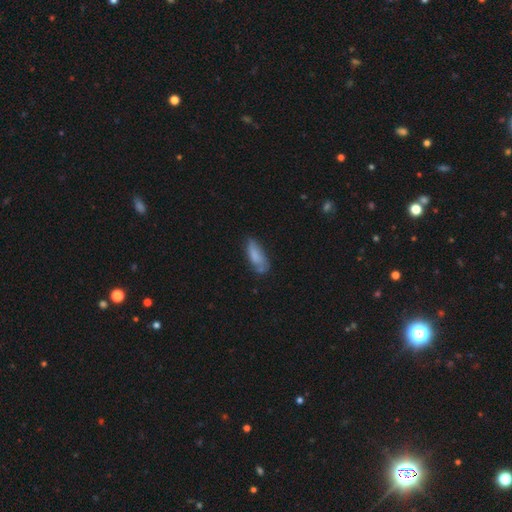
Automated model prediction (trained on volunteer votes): Morphology: type=smooth (73%); roundness=in between (69%); merging=none (51%).